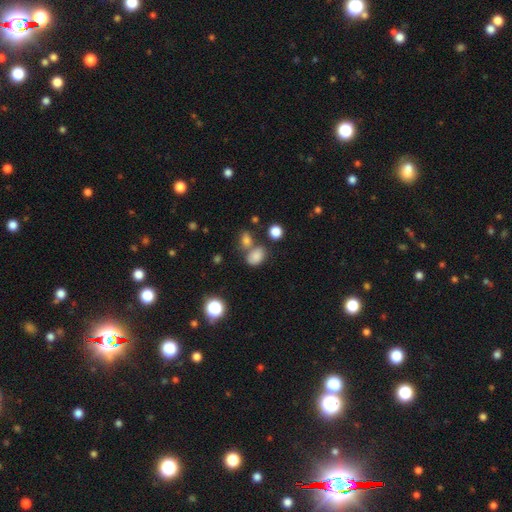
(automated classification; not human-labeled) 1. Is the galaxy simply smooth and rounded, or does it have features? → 81% smooth, 13% star or artifact, 7% featured or disk.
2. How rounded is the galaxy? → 76% in between, 23% round, 1% cigar-shaped.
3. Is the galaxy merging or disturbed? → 53% none, 27% merger, 14% minor disturbance, 5% major disturbance.